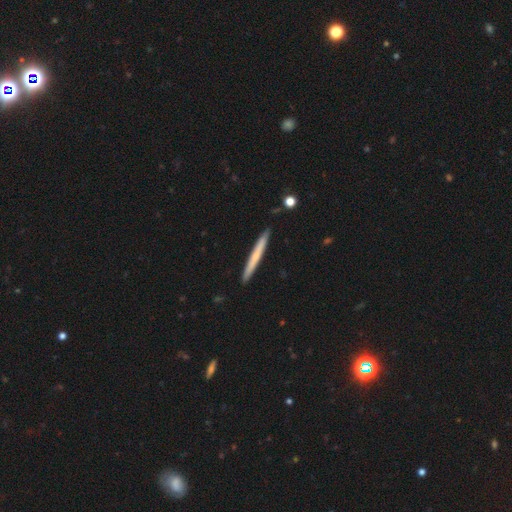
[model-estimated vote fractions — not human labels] A smooth galaxy with no disk features (54%) that is cigar-shaped (97%).

Vote fractions:
- Smooth or featured? smooth: 54% / featured or disk: 41% / star or artifact: 5%
- How rounded? cigar-shaped: 97% / in between: 2% / round: 1%
- Merging? none: 92% / minor disturbance: 6% / merger: 1% / major disturbance: 1%